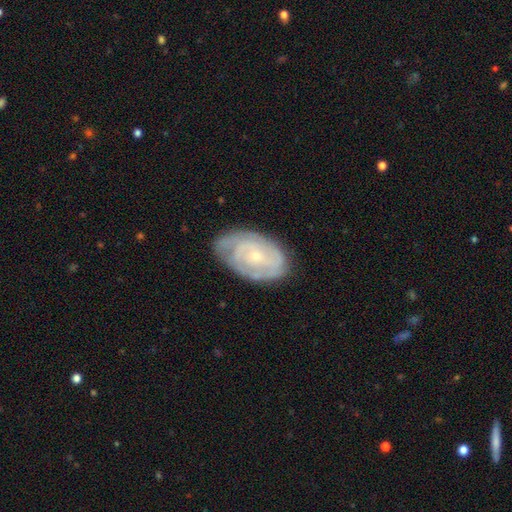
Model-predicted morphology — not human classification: This appears to be a featured or disk galaxy (77%) with no bar (75%), tight (72%) spiral arms (89%) and a small central bulge (75%). Merging: none (72%).